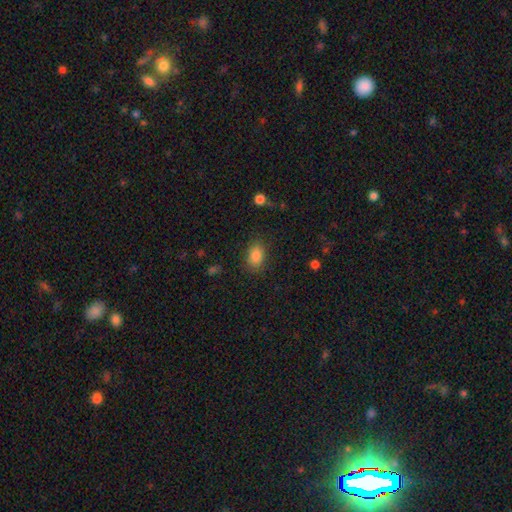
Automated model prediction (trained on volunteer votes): Morphology: type=smooth (86%); roundness=in between (82%); merging=none (82%).